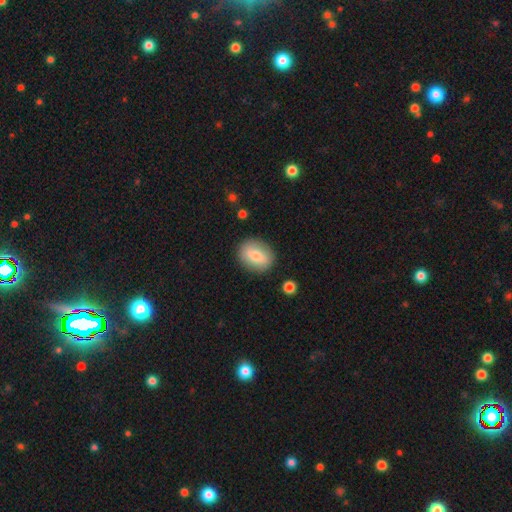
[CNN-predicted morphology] type=smooth (75%); roundness=in between (60%); merging=none (86%).